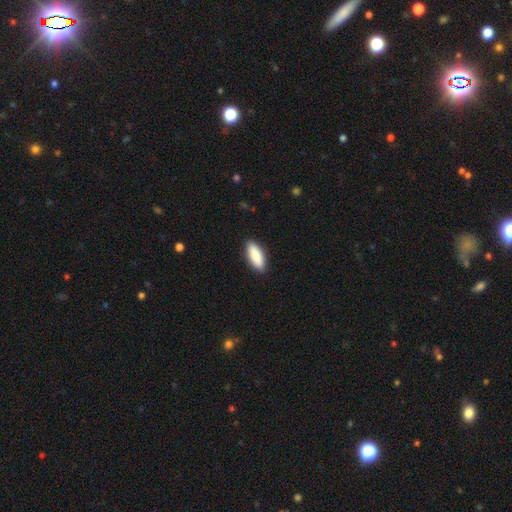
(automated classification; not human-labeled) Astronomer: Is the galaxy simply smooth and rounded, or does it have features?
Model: smooth — 88%.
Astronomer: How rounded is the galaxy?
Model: in between — 72%.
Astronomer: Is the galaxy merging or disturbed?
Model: none — 90%.